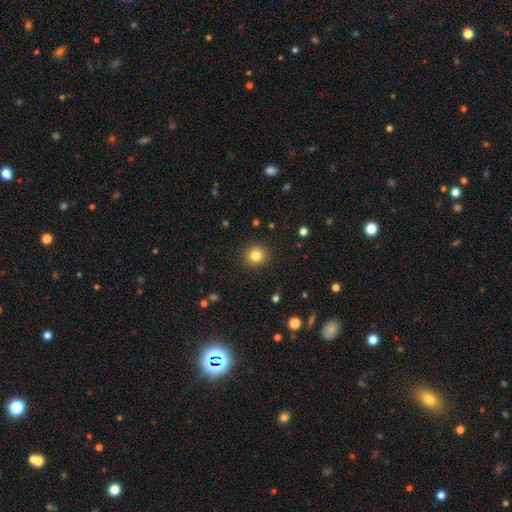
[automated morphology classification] This is clearly a smooth galaxy (82%). How rounded: clearly round (93%). Merging: clearly none (92%).